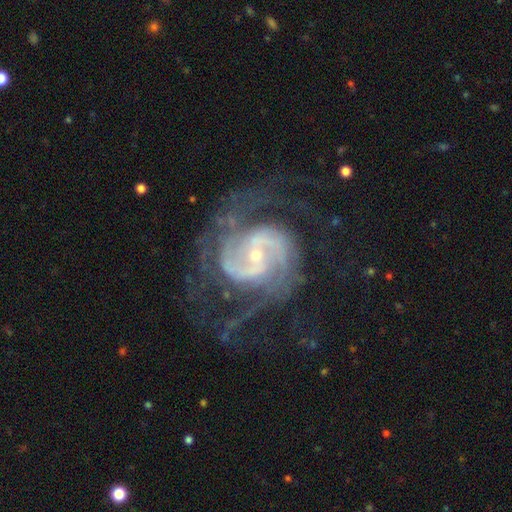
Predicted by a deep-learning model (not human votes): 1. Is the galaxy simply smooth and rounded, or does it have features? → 92% featured or disk, 5% star or artifact, 3% smooth.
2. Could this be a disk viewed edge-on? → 98% no, 2% yes.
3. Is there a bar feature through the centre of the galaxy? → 43% weak, 37% no, 20% strong.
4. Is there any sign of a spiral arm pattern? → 98% yes, 2% no.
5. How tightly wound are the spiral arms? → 50% medium, 36% tight, 13% loose.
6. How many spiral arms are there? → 69% 2, 10% 3, 9% can't tell, 5% 4, 4% 1, 4% more than 4.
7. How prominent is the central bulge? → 74% small, 22% moderate, 2% large, 2% none, 1% dominant.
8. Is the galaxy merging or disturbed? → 65% none, 17% major disturbance, 16% minor disturbance, 2% merger.